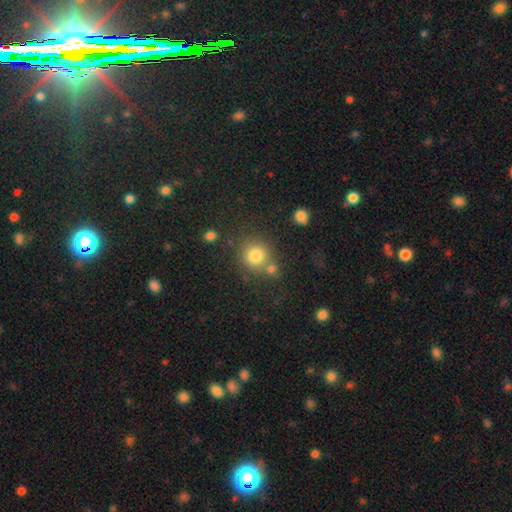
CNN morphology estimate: The model was most divided on "merging": none: 63%, merger: 22%, minor disturbance: 11%, major disturbance: 5%. More confident: how rounded — round (87%); smooth or featured — smooth (79%).